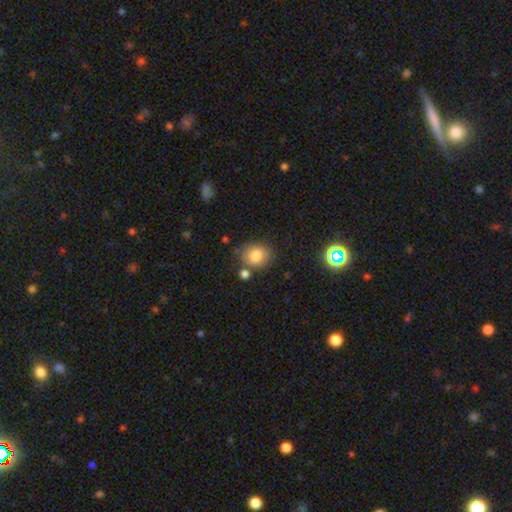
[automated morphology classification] smooth_or_featured: smooth (p=0.80) [alt: star or artifact p=0.10]
how_rounded: round (p=0.68) [alt: in between p=0.32]
merging: none (p=0.74) [alt: minor disturbance p=0.14]